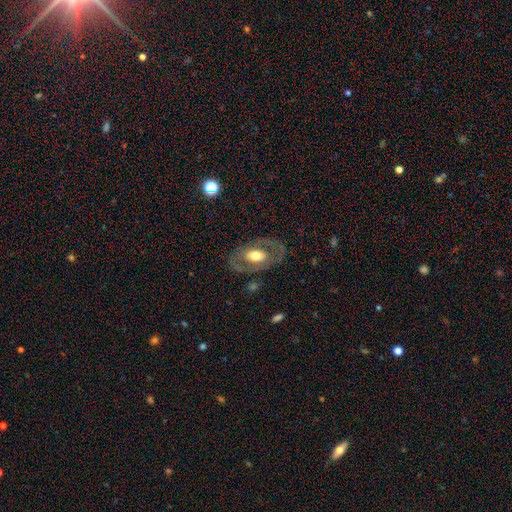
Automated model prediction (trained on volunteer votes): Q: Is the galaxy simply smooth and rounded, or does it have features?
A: featured or disk — 56%.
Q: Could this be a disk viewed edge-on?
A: no — 90%.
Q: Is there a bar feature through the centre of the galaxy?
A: no — 72%.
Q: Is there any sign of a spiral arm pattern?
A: no — 79%.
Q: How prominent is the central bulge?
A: moderate — 58%.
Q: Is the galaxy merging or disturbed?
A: none — 77%.